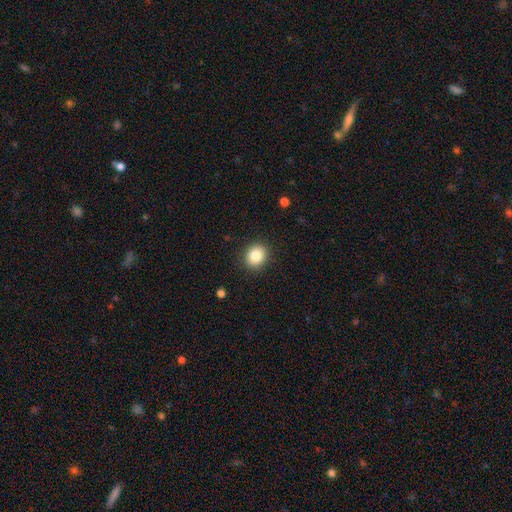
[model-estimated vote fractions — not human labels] Smooth or featured? smooth (84%)
How rounded? round (72%)
Merging? none (89%)